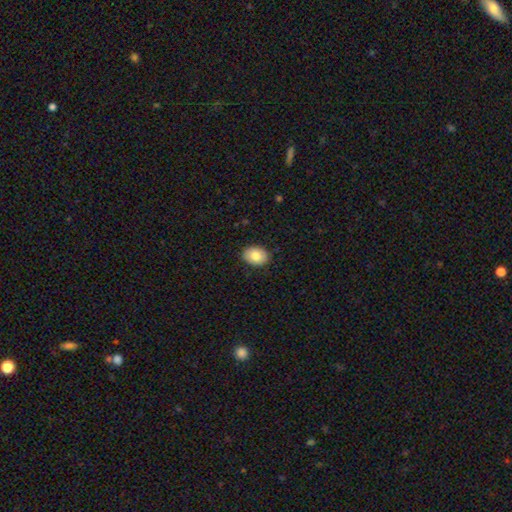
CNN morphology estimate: smooth-or-featured: smooth: 81% | featured or disk: 12% | star or artifact: 7%
  how-rounded: in between: 74% | round: 25% | cigar-shaped: 1%
  merging: none: 89% | minor disturbance: 9% | major disturbance: 2% | merger: 1%